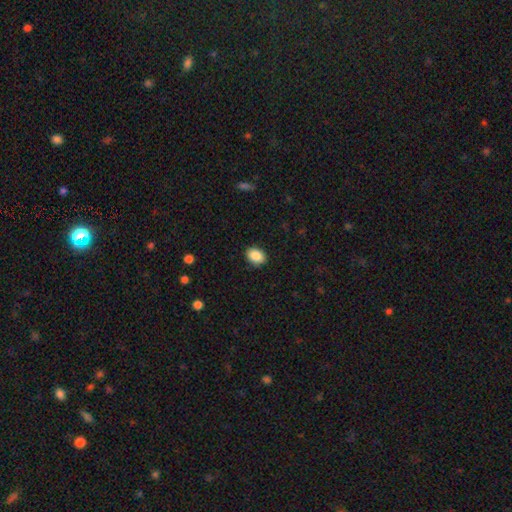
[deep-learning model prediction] Smooth or featured?
  - smooth: 87% *
  - star or artifact: 8%
  - featured or disk: 5%
How rounded?
  - in between: 71% *
  - round: 28%
  - cigar-shaped: 1%
Merging?
  - none: 89% *
  - minor disturbance: 8%
  - major disturbance: 2%
  - merger: 1%